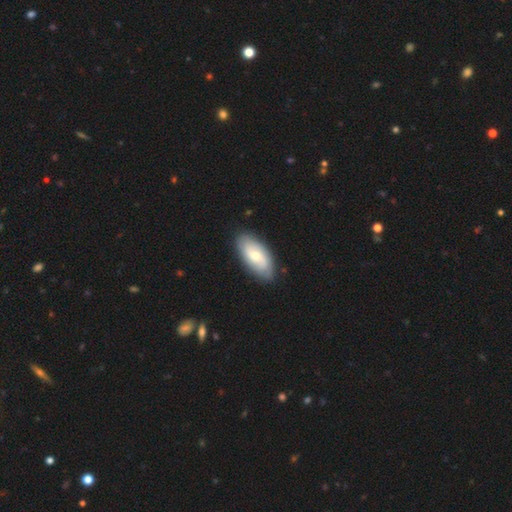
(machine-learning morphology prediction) A featured or disk galaxy (49%).

Vote fractions:
- Smooth or featured? featured or disk: 49% / smooth: 45% / star or artifact: 5%
- Merging? none: 84% / minor disturbance: 12% / major disturbance: 3% / merger: 1%